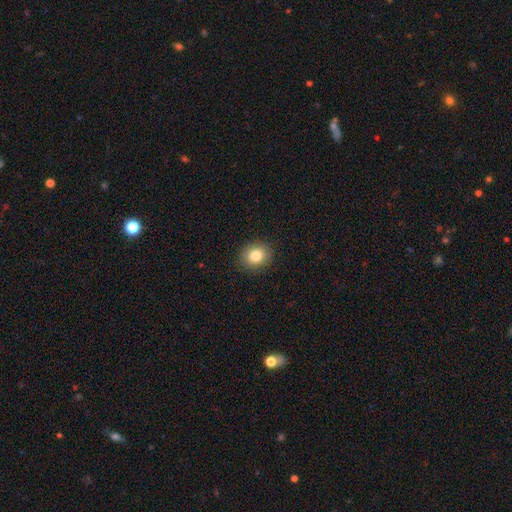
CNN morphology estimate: Overall: smooth (82%). How rounded: round (63%; in between 36%). Merging: none (90%).